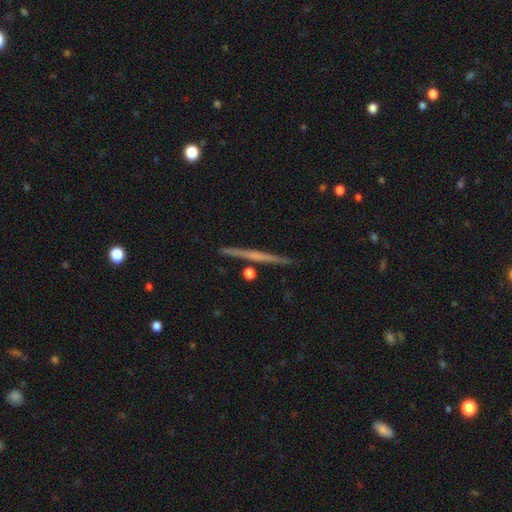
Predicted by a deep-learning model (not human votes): Smooth or featured: featured or disk — 67% (smooth — 28%)
Edge-on disk: yes — 98% (no — 2%)
Edge-on bulge: none — 70% (rounded — 24%)
Merging: none — 91% (minor disturbance — 6%)